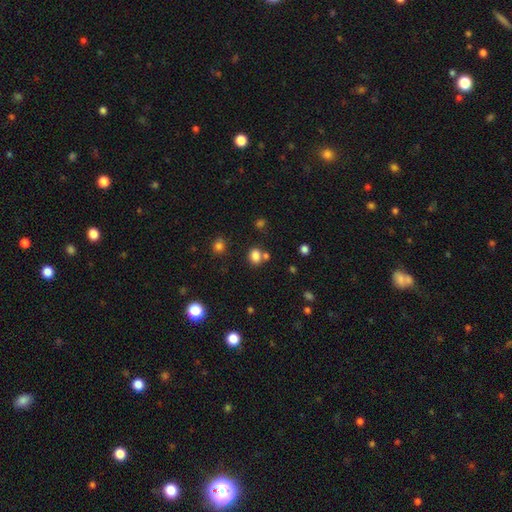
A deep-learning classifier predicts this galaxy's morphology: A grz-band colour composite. It shows a smooth galaxy with no disk features (81%) that is in between round and cigar-shaped (51%). Merging: none (61%).